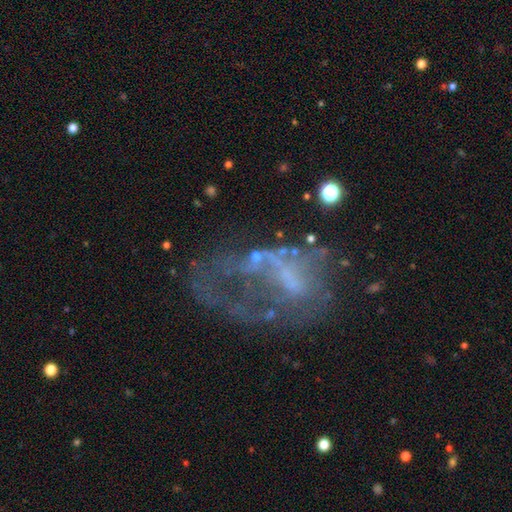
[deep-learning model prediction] Smooth or featured? featured or disk (61%)
Edge-on disk? no (96%)
Bar? no (74%)
Spiral arms? no (78%)
Bulge size? none (64%)
Merging? major disturbance (49%)